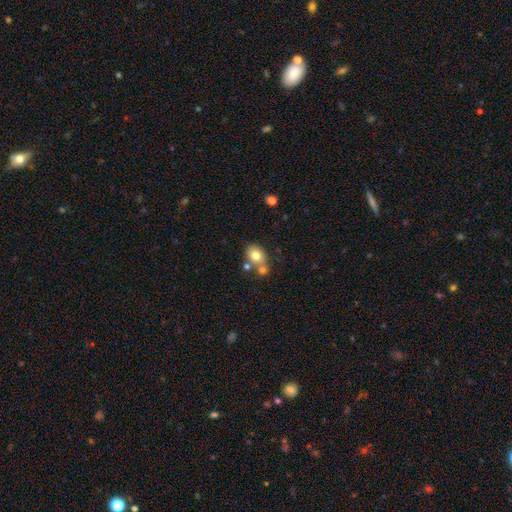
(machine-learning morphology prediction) Smooth or featured? smooth (76%)
How rounded? round (51%)
Merging? none (55%)